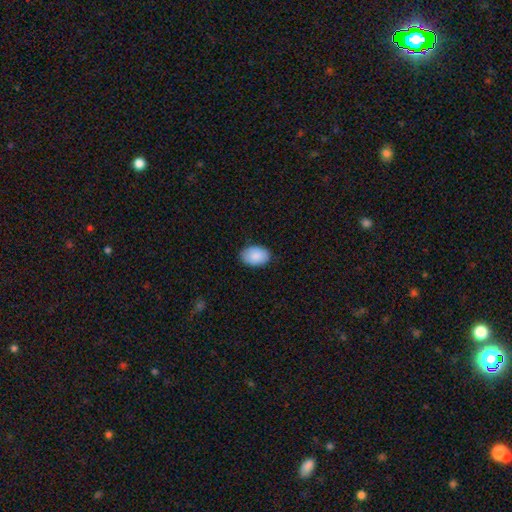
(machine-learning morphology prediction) A smooth galaxy with no disk features (89%) that is in between round and cigar-shaped (87%). Merging: none (85%).